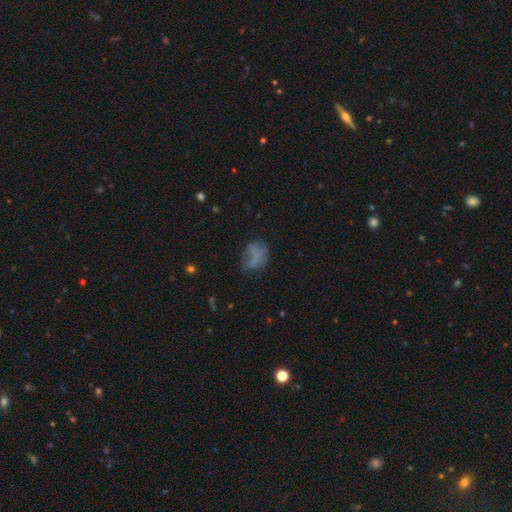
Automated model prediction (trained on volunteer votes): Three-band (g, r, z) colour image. It shows a smooth galaxy with no disk features (55%) that is in between round and cigar-shaped (61%). Merging: none (41%).